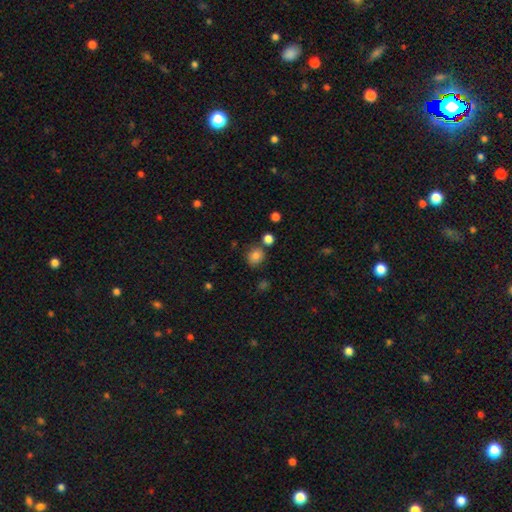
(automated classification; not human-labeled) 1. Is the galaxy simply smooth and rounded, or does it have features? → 82% smooth, 11% star or artifact, 6% featured or disk.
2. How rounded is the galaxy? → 81% round, 18% in between, 1% cigar-shaped.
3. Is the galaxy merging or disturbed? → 76% none, 11% minor disturbance, 9% merger, 3% major disturbance.